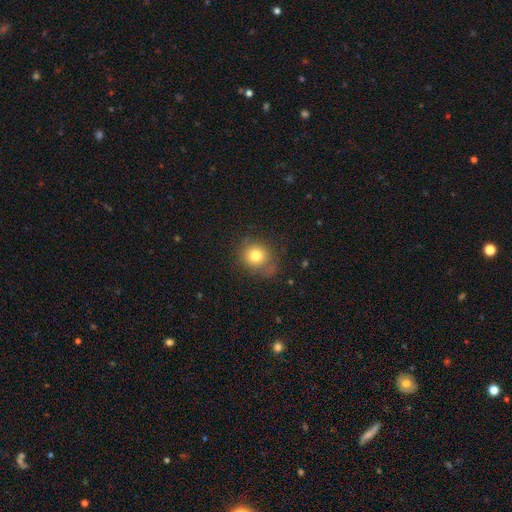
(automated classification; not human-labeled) This appears to be a smooth galaxy with no disk features (76%) that is round (80%). Merging: none (67%).